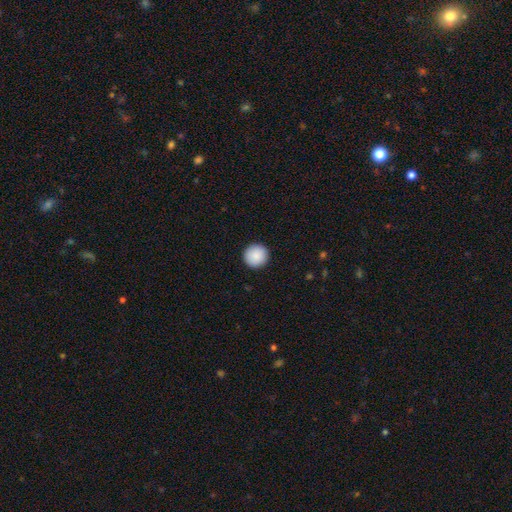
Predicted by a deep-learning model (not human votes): The model was most divided on "smooth or featured": smooth: 90%, star or artifact: 7%, featured or disk: 3%. More confident: how rounded — round (96%); merging — none (93%).